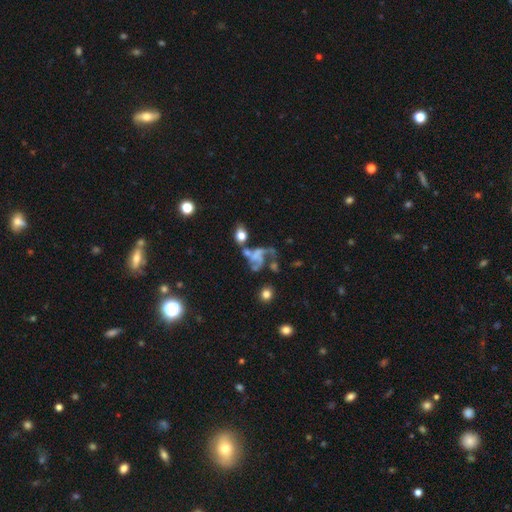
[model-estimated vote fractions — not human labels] A featured or disk galaxy (62%) with no bar (74%), spiral arms (61%) and no central bulge (59%). Merging: major disturbance (39%).